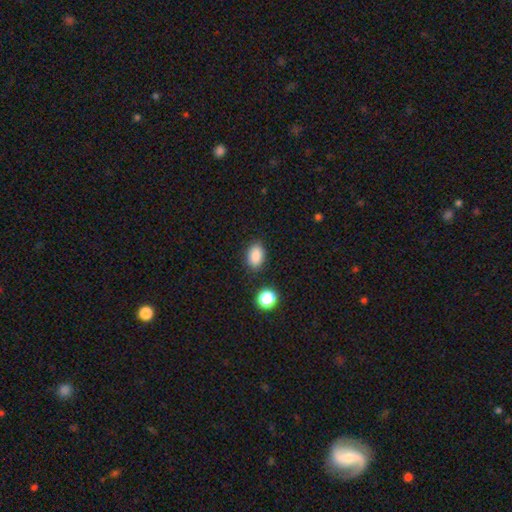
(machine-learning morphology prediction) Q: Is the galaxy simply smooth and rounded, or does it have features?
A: smooth — 87%.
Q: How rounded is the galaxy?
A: in between — 86%.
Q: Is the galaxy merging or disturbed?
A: none — 85%.